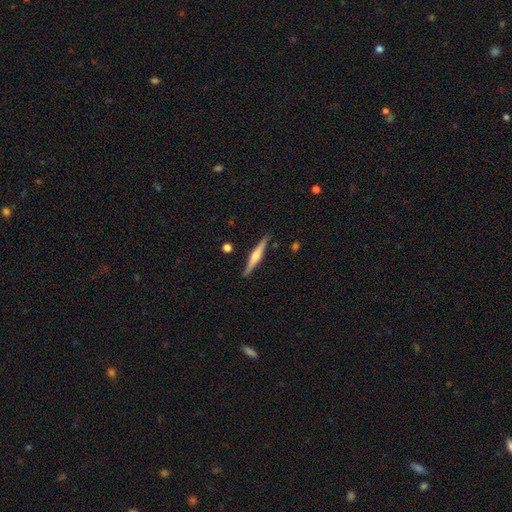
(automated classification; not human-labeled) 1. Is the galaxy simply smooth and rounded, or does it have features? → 70% featured or disk, 25% smooth, 5% star or artifact.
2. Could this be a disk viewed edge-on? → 98% yes, 2% no.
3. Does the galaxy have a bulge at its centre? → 83% rounded, 11% boxy, 6% none.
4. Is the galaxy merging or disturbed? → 88% none, 8% minor disturbance, 2% merger, 2% major disturbance.